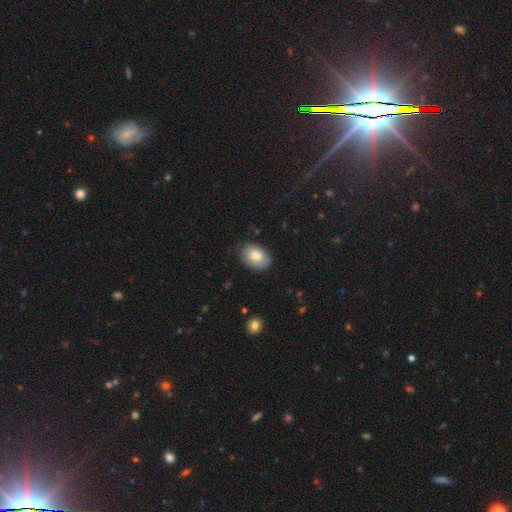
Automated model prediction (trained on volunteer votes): This is likely a smooth galaxy (79%). How rounded: clearly in between (83%). Merging: clearly none (81%).